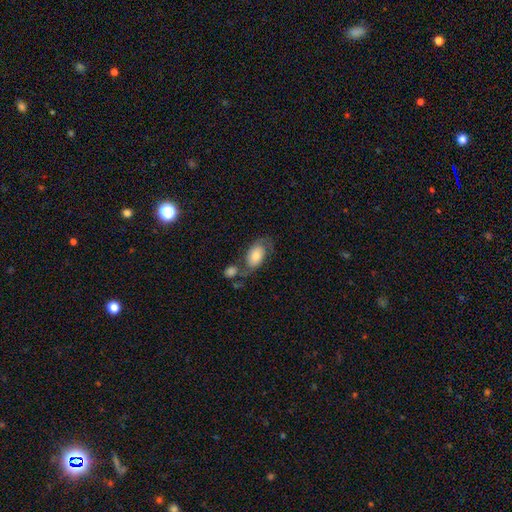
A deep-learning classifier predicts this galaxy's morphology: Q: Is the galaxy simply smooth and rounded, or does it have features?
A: smooth — 59%.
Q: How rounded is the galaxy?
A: in between — 89%.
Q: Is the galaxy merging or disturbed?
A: none — 37%.